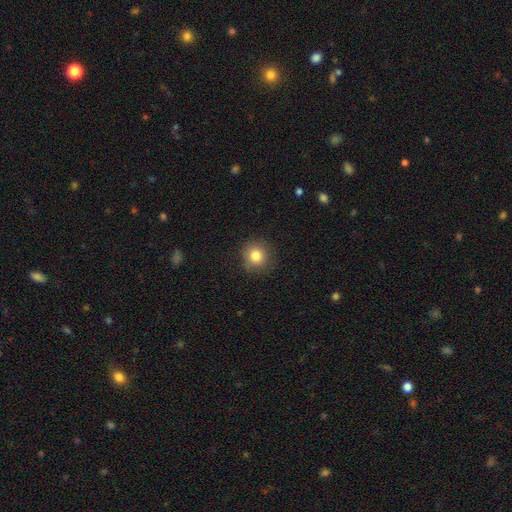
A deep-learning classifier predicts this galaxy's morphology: Smooth or featured?
  - smooth: 82% *
  - star or artifact: 11%
  - featured or disk: 7%
How rounded?
  - round: 91% *
  - in between: 8%
  - cigar-shaped: 1%
Merging?
  - none: 87% *
  - minor disturbance: 9%
  - major disturbance: 3%
  - merger: 1%